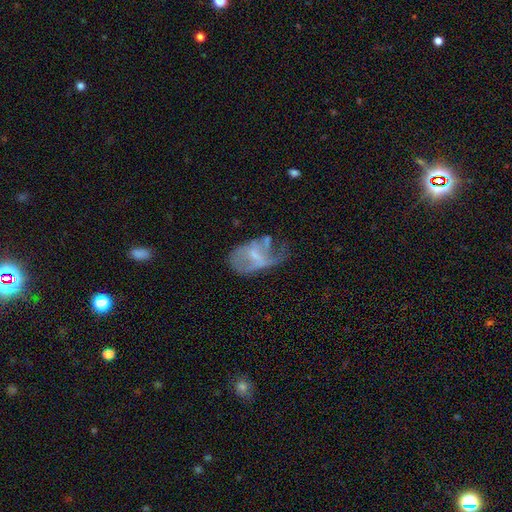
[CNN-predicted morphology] Smooth or featured? Predicted: featured or disk (p=0.59). Edge-on disk? Predicted: no (p=0.96). Bar? Predicted: no (p=0.47). Spiral arms? Predicted: no (p=0.58). Bulge size? Predicted: small (p=0.50). Merging? Predicted: major disturbance (p=0.46).